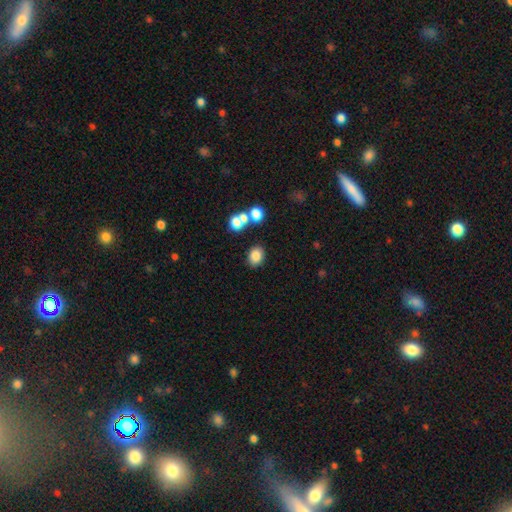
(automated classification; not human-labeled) smooth_or_featured: smooth (p=0.82) [alt: star or artifact p=0.12]
how_rounded: in between (p=0.59) [alt: round p=0.40]
merging: none (p=0.79) [alt: minor disturbance p=0.10]